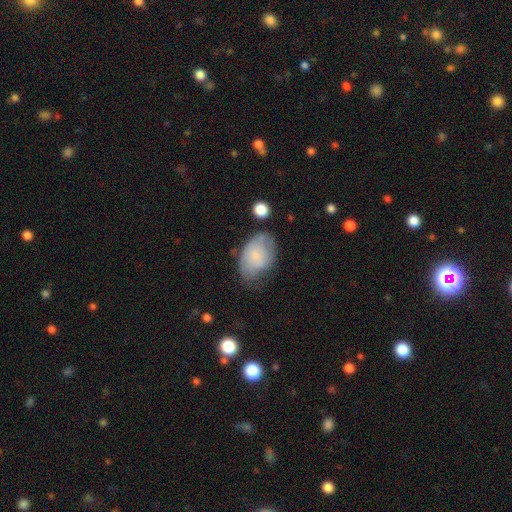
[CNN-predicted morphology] smooth-or-featured: smooth: 66% | featured or disk: 26% | star or artifact: 8%
  how-rounded: in between: 87% | round: 12% | cigar-shaped: 1%
  merging: none: 44% | minor disturbance: 36% | major disturbance: 16% | merger: 4%